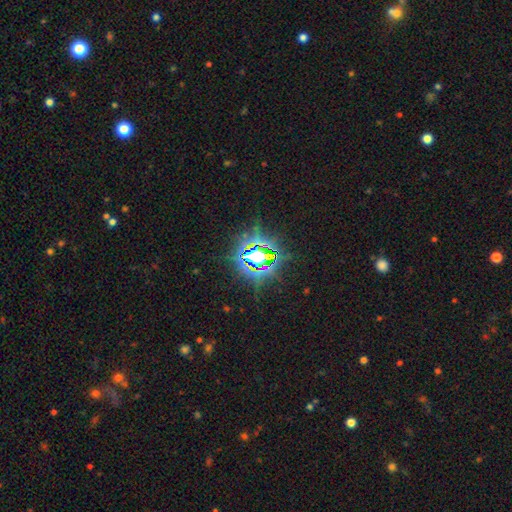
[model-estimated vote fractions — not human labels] Smooth or featured: star or artifact — 82% (smooth — 10%)